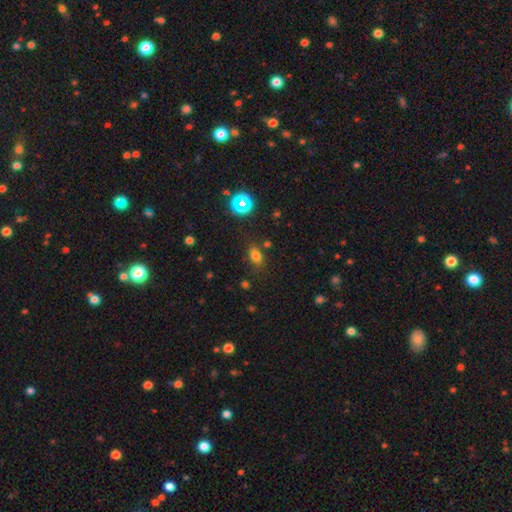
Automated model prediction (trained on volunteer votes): smooth 73%, star or artifact 20%, featured or disk 7%. Down the decision tree: how rounded — in between (77%); merging — none (75%).